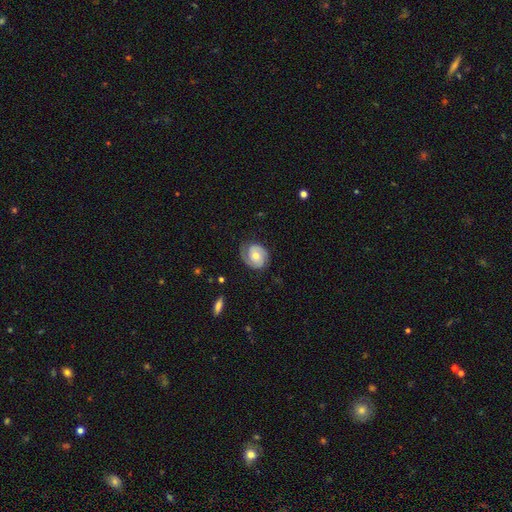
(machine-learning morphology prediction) type=featured or disk (76%); edge-on=no (98%); bar=no (61%); spiral arms=yes (94%); winding=tight (56%); arm count=2 (79%); bulge=moderate (64%); merging=none (74%).